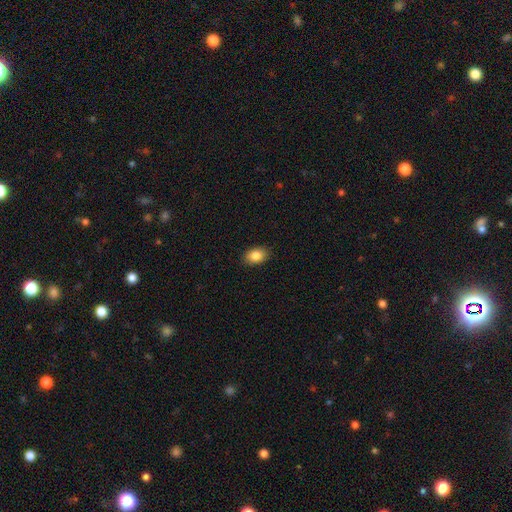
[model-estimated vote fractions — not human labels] smooth-or-featured: smooth: 86% | star or artifact: 8% | featured or disk: 6%
  how-rounded: in between: 85% | round: 14% | cigar-shaped: 1%
  merging: none: 89% | minor disturbance: 8% | major disturbance: 2% | merger: 1%